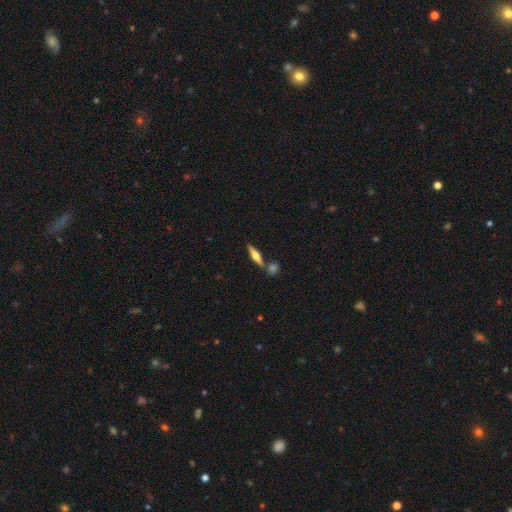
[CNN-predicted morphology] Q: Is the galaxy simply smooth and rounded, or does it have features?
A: featured or disk — 58%.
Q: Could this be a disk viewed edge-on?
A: yes — 96%.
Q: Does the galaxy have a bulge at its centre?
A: rounded — 91%.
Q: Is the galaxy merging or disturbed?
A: none — 74%.